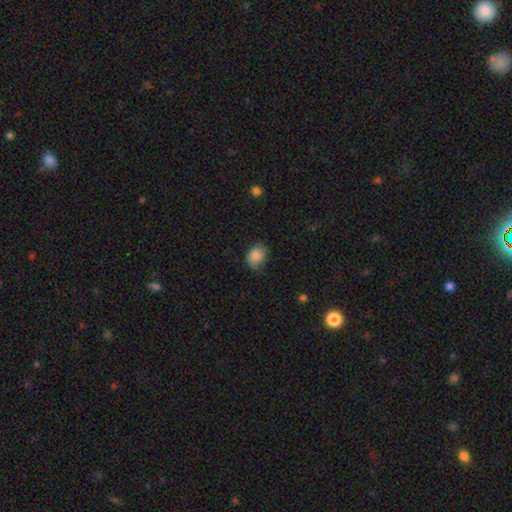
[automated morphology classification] Q: Smooth or featured?
A: smooth (84%); runner-up: star or artifact (8%)
Q: How rounded?
A: in between (58%); runner-up: round (41%)
Q: Merging?
A: none (72%); runner-up: minor disturbance (23%)